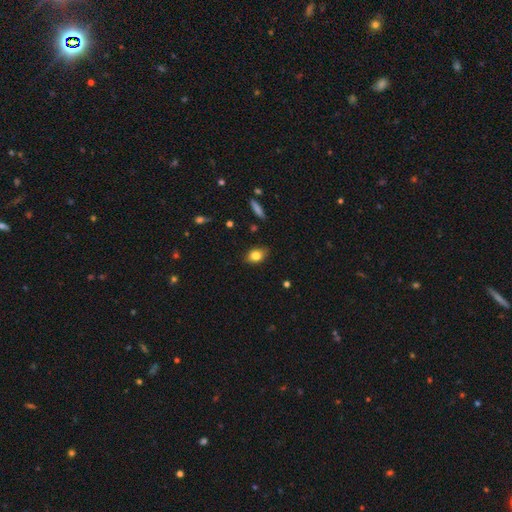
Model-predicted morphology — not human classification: smooth-or-featured: smooth: 81% | featured or disk: 10% | star or artifact: 9%
  how-rounded: in between: 75% | round: 23% | cigar-shaped: 2%
  merging: none: 83% | minor disturbance: 14% | major disturbance: 2% | merger: 1%